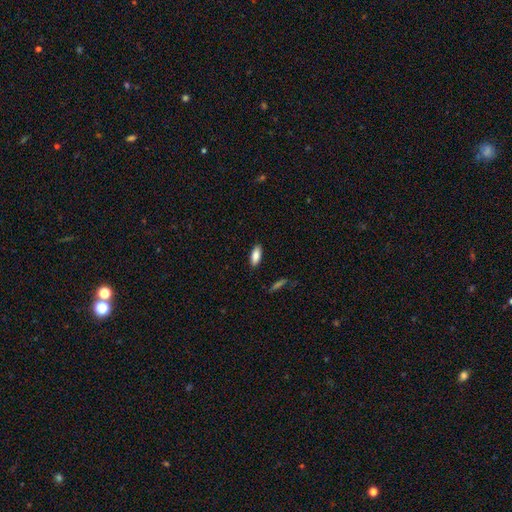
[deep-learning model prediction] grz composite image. It shows a smooth galaxy with no disk features (85%) that is in between round and cigar-shaped (78%). Merging: none (88%).